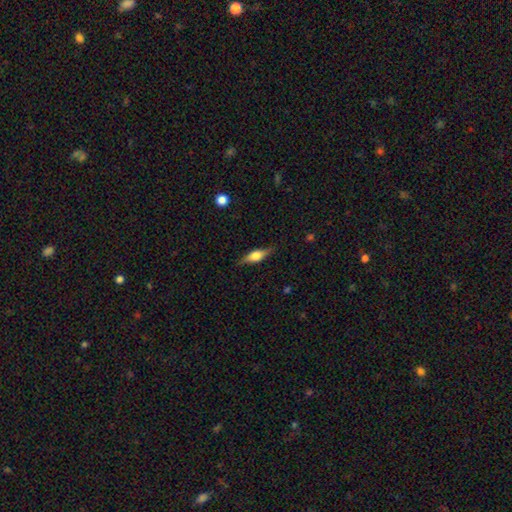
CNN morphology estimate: type=featured or disk (58%); edge-on=yes (94%); edge-on bulge=rounded (89%); merging=none (84%).